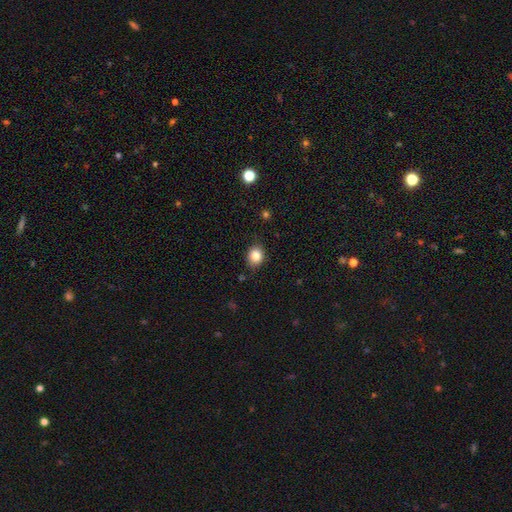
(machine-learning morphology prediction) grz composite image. It shows a smooth galaxy with no disk features (83%) that is round (61%). Merging: none (82%).